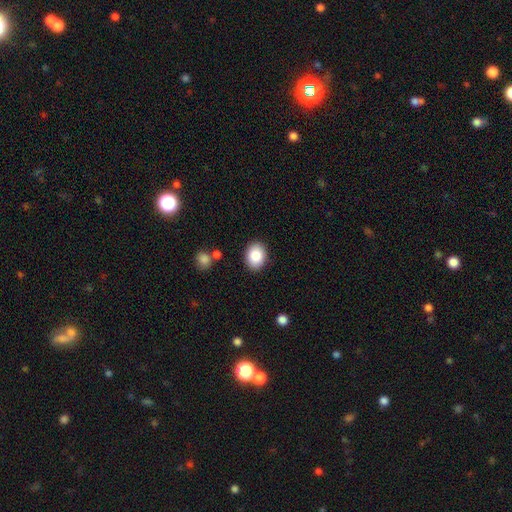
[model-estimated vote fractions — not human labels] A smooth galaxy with no disk features (86%) that is in between round and cigar-shaped (70%).

Vote fractions:
- Smooth or featured? smooth: 86% / star or artifact: 7% / featured or disk: 6%
- How rounded? in between: 70% / round: 29% / cigar-shaped: 1%
- Merging? none: 87% / minor disturbance: 9% / major disturbance: 2% / merger: 2%